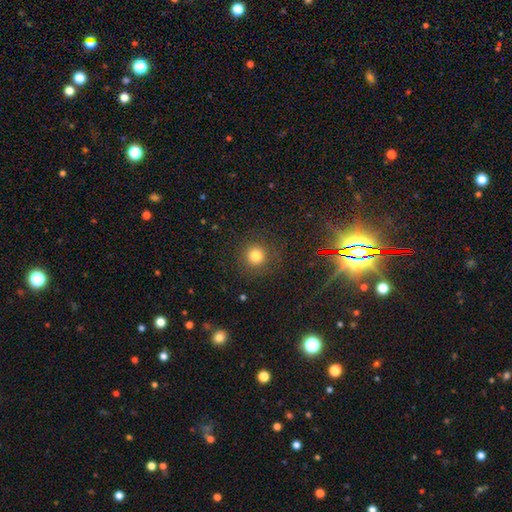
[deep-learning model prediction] smooth_or_featured: smooth (p=0.77) [alt: star or artifact p=0.16]
how_rounded: round (p=0.94) [alt: in between p=0.05]
merging: none (p=0.87) [alt: minor disturbance p=0.07]